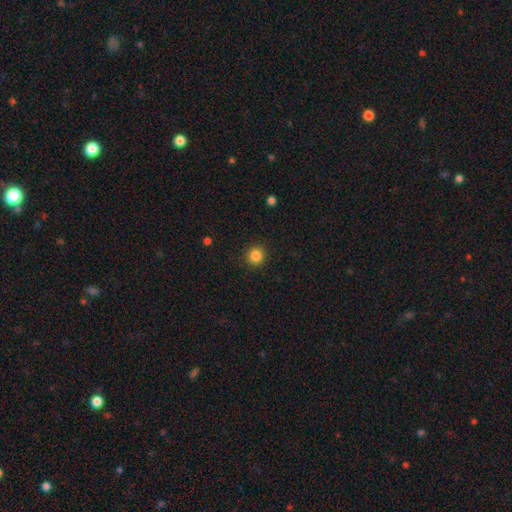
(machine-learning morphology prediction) smooth 85%, star or artifact 11%, featured or disk 4%. Down the decision tree: how rounded — round (92%); merging — none (91%).